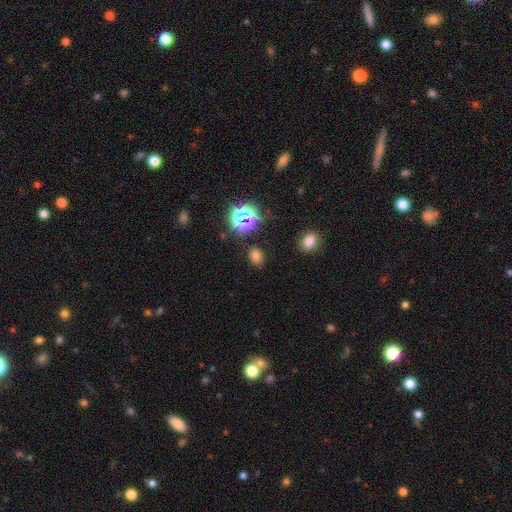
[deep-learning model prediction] A smooth galaxy with no disk features (66%) that is in between round and cigar-shaped (62%).

Vote fractions:
- Smooth or featured? smooth: 66% / star or artifact: 27% / featured or disk: 7%
- How rounded? in between: 62% / round: 37% / cigar-shaped: 1%
- Merging? none: 83% / minor disturbance: 11% / major disturbance: 3% / merger: 3%